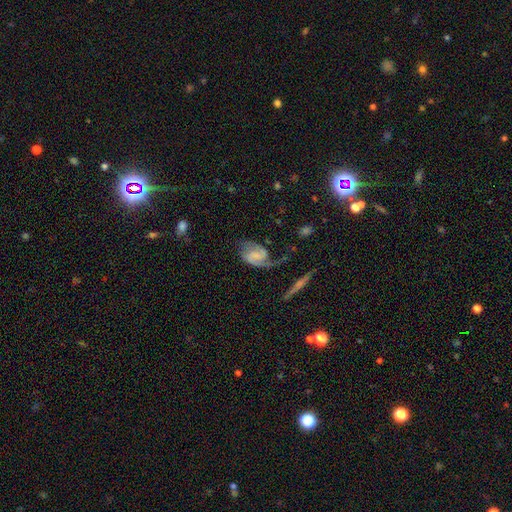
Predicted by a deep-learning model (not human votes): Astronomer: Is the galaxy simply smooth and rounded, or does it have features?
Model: featured or disk — 75%.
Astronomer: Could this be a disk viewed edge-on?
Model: no — 97%.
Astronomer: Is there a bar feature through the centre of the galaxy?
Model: weak — 43% (runner-up: no, 42%).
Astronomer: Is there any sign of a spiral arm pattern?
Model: yes — 94%.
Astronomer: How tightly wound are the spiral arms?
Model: medium — 46% (runner-up: loose, 31%).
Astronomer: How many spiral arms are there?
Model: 2 — 79%.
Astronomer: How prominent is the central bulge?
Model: none — 46% (runner-up: small, 29%).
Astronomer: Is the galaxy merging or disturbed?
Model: none — 50%.